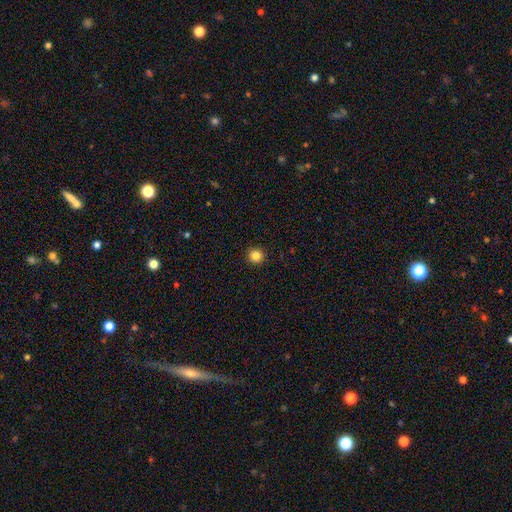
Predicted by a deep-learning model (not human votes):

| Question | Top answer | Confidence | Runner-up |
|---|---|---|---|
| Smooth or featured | smooth | 85% | star or artifact (11%) |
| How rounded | round | 94% | in between (5%) |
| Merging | none | 93% | minor disturbance (5%) |